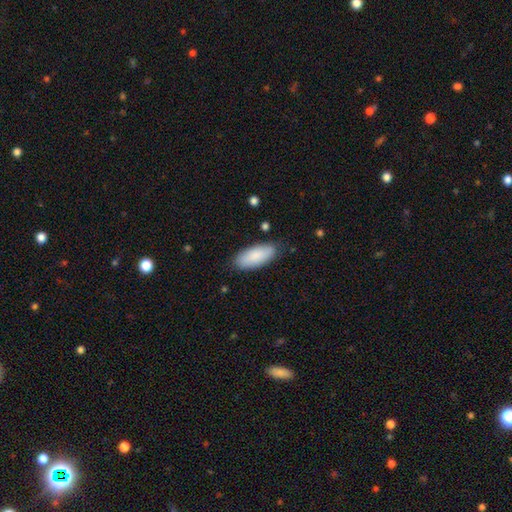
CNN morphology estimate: smooth 87%, featured or disk 8%, star or artifact 6%. Down the decision tree: how rounded — in between (84%); merging — none (83%).